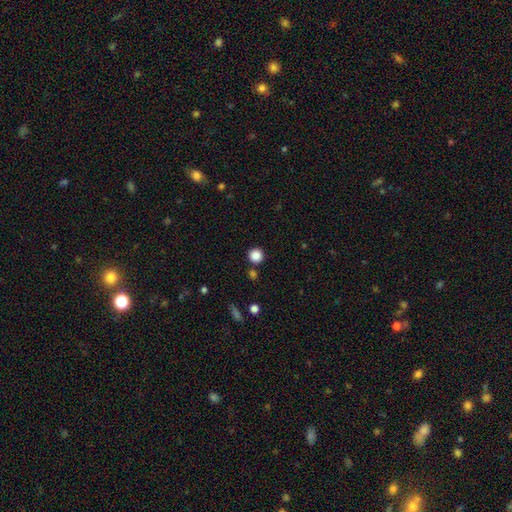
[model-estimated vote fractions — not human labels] Smooth or featured? Predicted: smooth (p=0.86). How rounded? Predicted: round (p=0.94). Merging? Predicted: none (p=0.85).